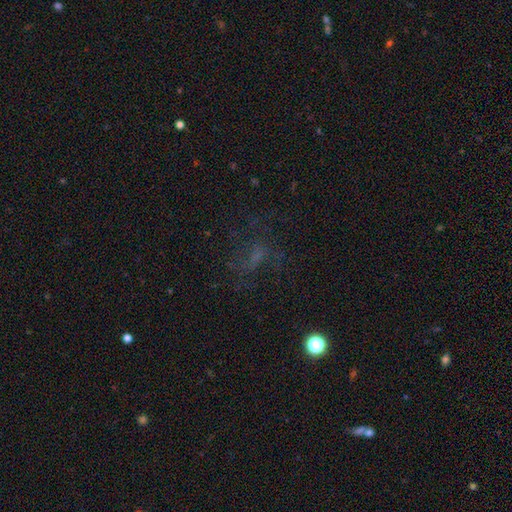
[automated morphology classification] Q: Smooth or featured?
A: smooth (34%); runner-up: featured or disk (33%)
Q: Merging?
A: none (57%); runner-up: major disturbance (24%)